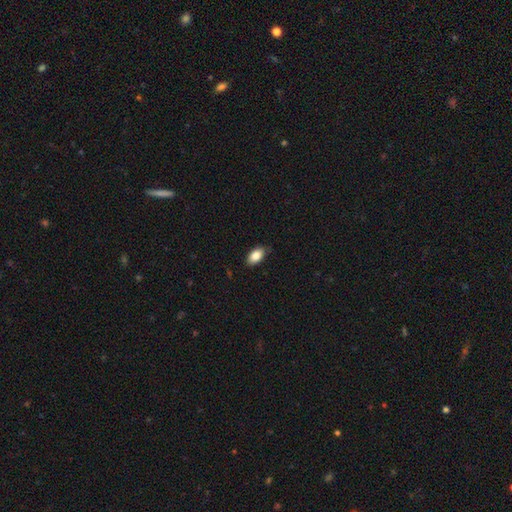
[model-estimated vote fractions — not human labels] The model was most divided on "merging": none: 84%, minor disturbance: 13%, major disturbance: 2%, merger: 1%. More confident: how rounded — in between (93%); smooth or featured — smooth (86%).